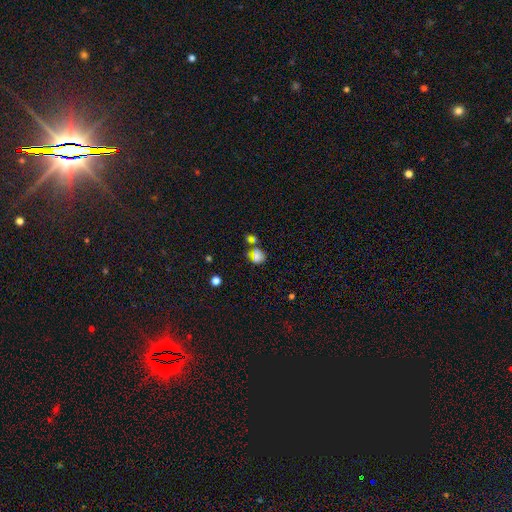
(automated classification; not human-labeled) This is likely a smooth galaxy (69%). How rounded: possibly round (54%). Merging: marginally none (37%).